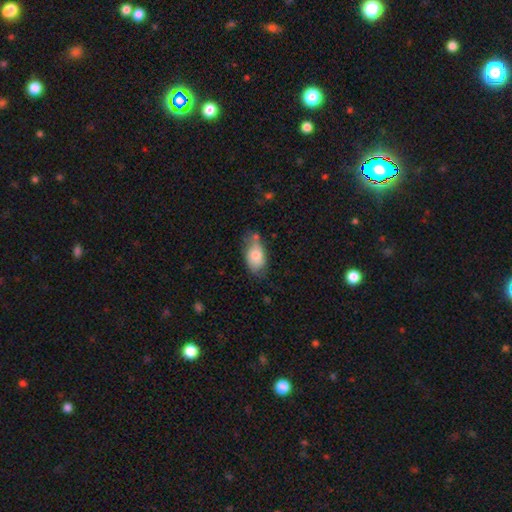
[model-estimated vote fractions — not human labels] Smooth or featured?
  - smooth: 74% *
  - featured or disk: 20%
  - star or artifact: 7%
How rounded?
  - in between: 91% *
  - round: 6%
  - cigar-shaped: 3%
Merging?
  - none: 49% *
  - minor disturbance: 33%
  - major disturbance: 10%
  - merger: 8%